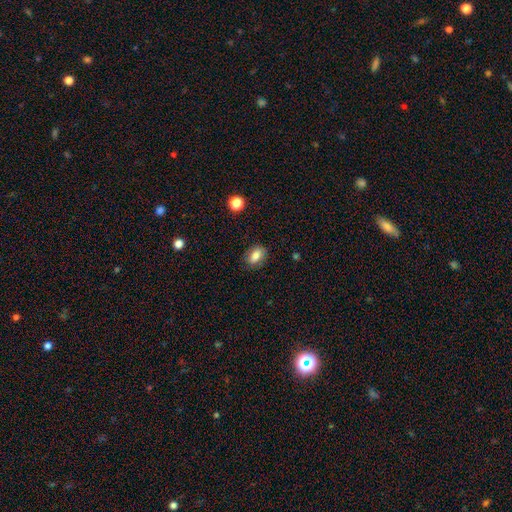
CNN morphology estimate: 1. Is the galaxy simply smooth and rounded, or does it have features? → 81% smooth, 10% featured or disk, 9% star or artifact.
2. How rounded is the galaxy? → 81% in between, 17% round, 2% cigar-shaped.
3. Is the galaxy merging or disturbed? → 84% none, 12% minor disturbance, 3% major disturbance, 1% merger.